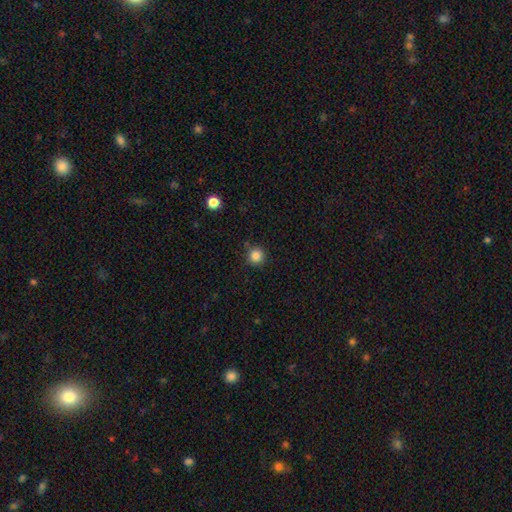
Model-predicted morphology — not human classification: smooth 85%, star or artifact 11%, featured or disk 4%. Down the decision tree: how rounded — round (95%); merging — none (87%).